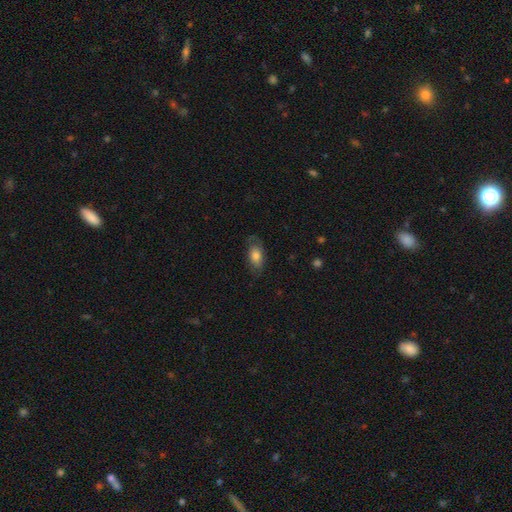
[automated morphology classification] smooth 73%, featured or disk 20%, star or artifact 7%. Down the decision tree: how rounded — in between (90%); merging — none (69%).